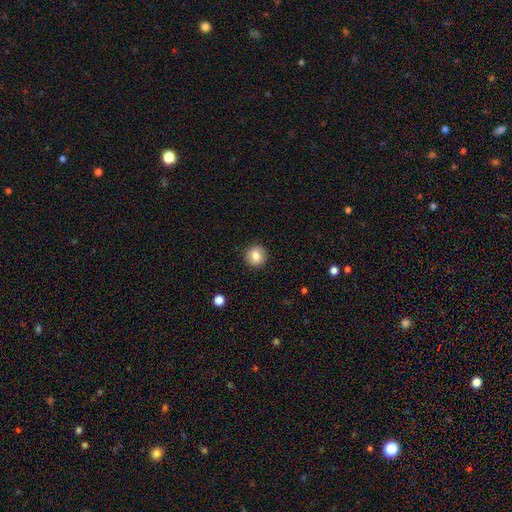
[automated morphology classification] smooth 83%, star or artifact 9%, featured or disk 8%. Down the decision tree: how rounded — round (92%); merging — none (91%).